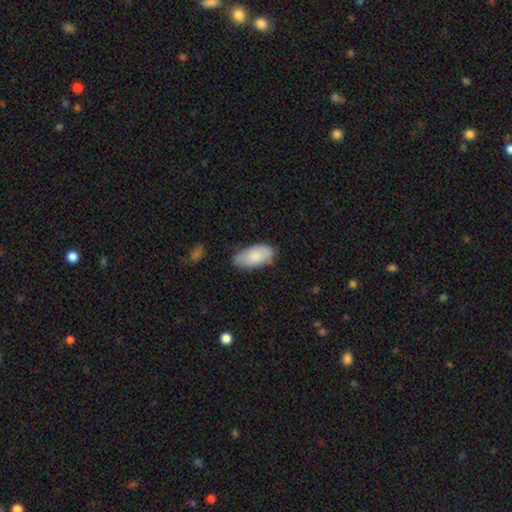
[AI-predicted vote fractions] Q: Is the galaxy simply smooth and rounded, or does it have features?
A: smooth — 84%.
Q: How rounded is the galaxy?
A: in between — 93%.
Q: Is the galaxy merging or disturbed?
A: none — 70%.